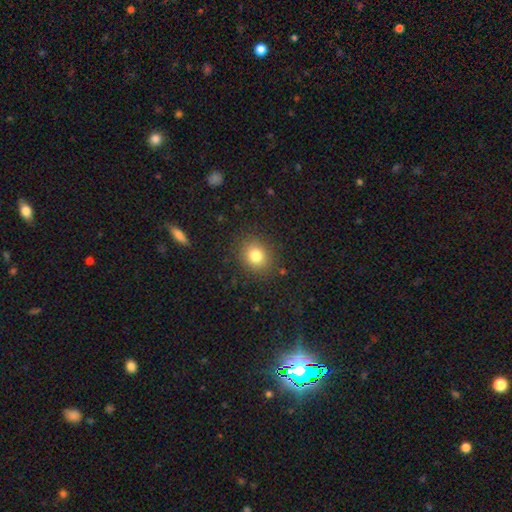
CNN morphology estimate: smooth 80%, star or artifact 12%, featured or disk 7%. Down the decision tree: how rounded — round (73%); merging — none (88%).